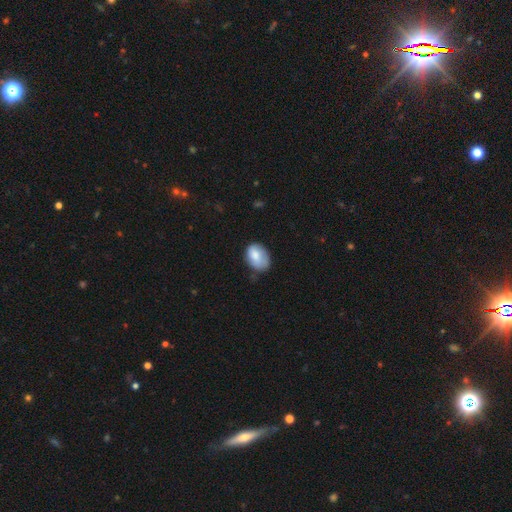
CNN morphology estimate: smooth-or-featured: smooth: 80% | featured or disk: 13% | star or artifact: 7%
  how-rounded: in between: 80% | round: 19% | cigar-shaped: 1%
  merging: none: 54% | minor disturbance: 34% | major disturbance: 10% | merger: 2%